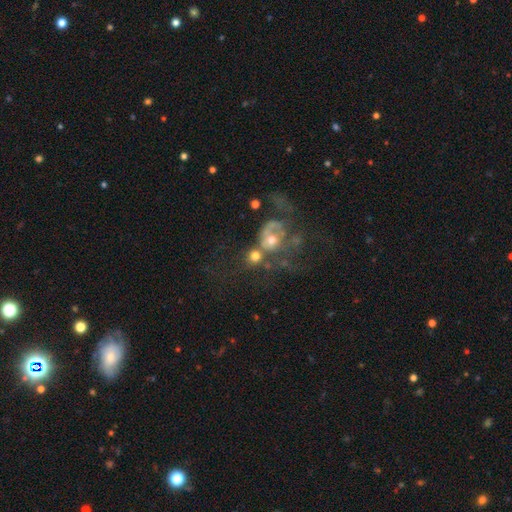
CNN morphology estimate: The model was most divided on "smooth or featured": featured or disk: 44%, smooth: 38%, star or artifact: 18%. Remaining: merging — merger (44%).